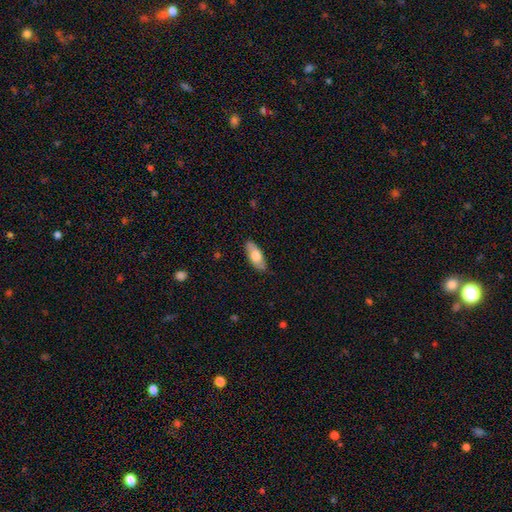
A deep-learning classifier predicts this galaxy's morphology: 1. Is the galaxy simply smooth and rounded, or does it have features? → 68% smooth, 27% featured or disk, 6% star or artifact.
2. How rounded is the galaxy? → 80% in between, 18% cigar-shaped, 2% round.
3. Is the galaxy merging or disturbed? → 85% none, 12% minor disturbance, 2% major disturbance, 1% merger.